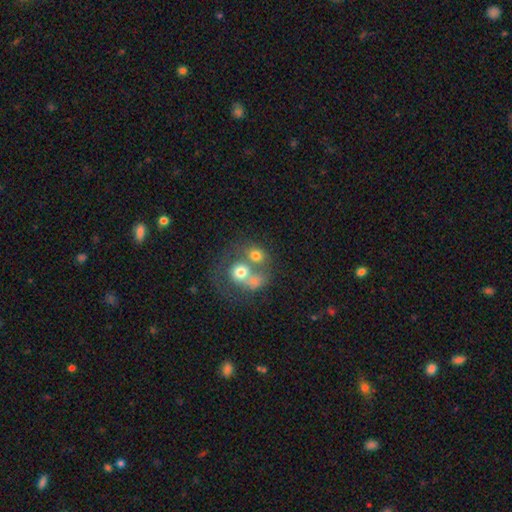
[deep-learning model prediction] Smooth or featured? smooth (62%)
How rounded? round (66%)
Merging? merger (61%)